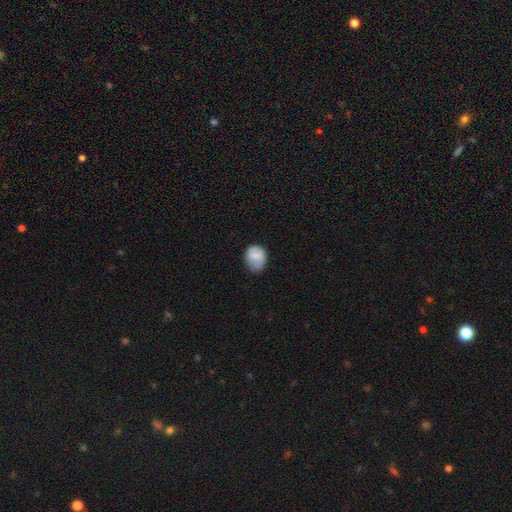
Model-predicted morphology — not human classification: The model was most divided on "how rounded": round: 54%, in between: 45%, cigar-shaped: 1%. More confident: smooth or featured — smooth (78%); merging — none (64%).